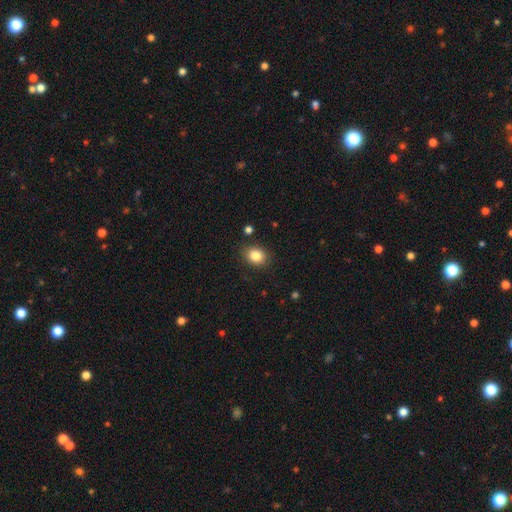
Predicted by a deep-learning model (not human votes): Smooth or featured? smooth (84%)
How rounded? in between (51%)
Merging? none (85%)